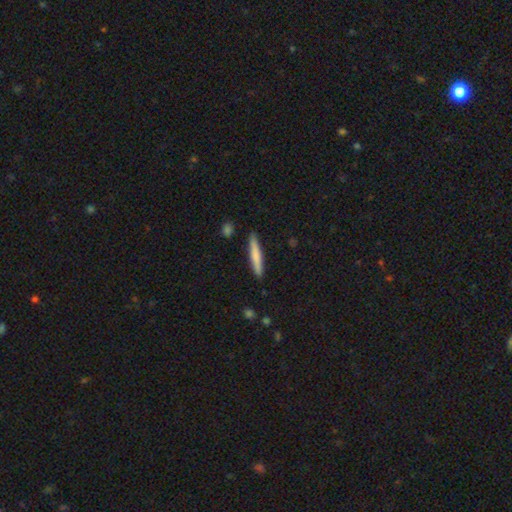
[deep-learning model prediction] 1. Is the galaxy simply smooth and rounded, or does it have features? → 72% smooth, 23% featured or disk, 5% star or artifact.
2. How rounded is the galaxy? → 94% cigar-shaped, 5% in between, 1% round.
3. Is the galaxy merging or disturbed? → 88% none, 8% minor disturbance, 2% merger, 2% major disturbance.